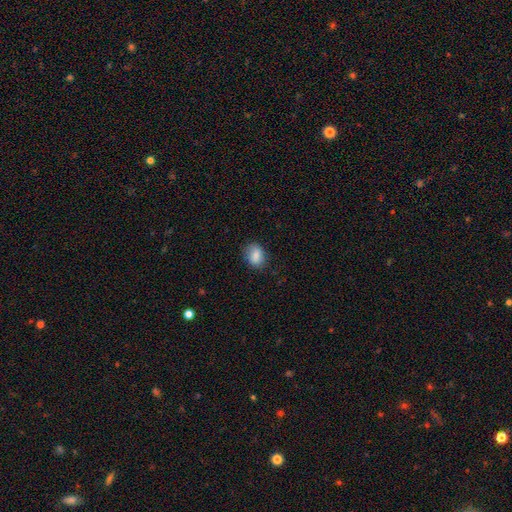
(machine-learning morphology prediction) smooth-or-featured: smooth: 84% | star or artifact: 8% | featured or disk: 8%
  how-rounded: in between: 72% | round: 27% | cigar-shaped: 2%
  merging: none: 77% | minor disturbance: 18% | major disturbance: 4% | merger: 1%